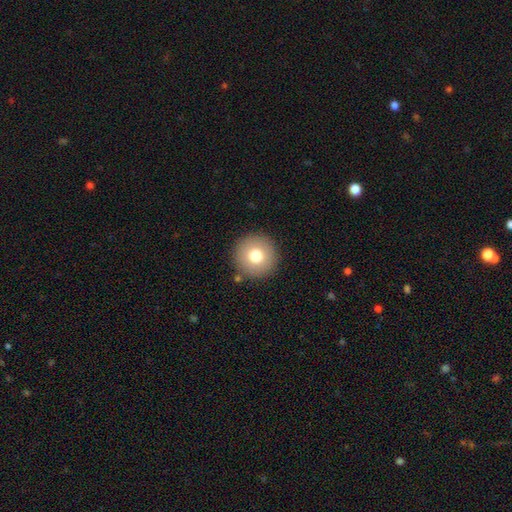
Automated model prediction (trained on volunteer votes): This is likely a smooth galaxy (75%). How rounded: clearly round (96%). Merging: clearly none (89%).